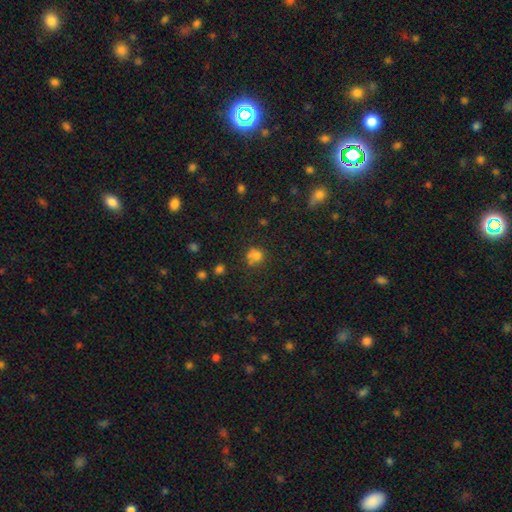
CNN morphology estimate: smooth_or_featured: smooth (p=0.72) [alt: star or artifact p=0.16]
how_rounded: round (p=0.79) [alt: in between p=0.20]
merging: none (p=0.50) [alt: merger p=0.23]